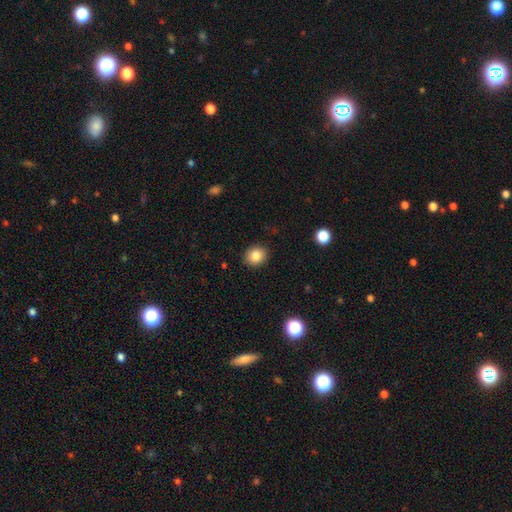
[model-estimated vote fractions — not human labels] smooth_or_featured: smooth (p=0.84) [alt: star or artifact p=0.10]
how_rounded: round (p=0.69) [alt: in between p=0.30]
merging: none (p=0.90) [alt: minor disturbance p=0.07]